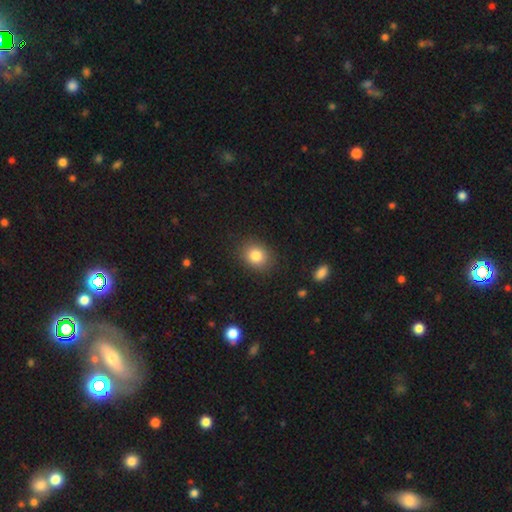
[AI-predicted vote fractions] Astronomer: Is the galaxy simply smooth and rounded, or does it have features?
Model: smooth — 83%.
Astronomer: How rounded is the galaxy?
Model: round — 58% (runner-up: in between, 41%).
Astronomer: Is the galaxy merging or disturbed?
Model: none — 87%.